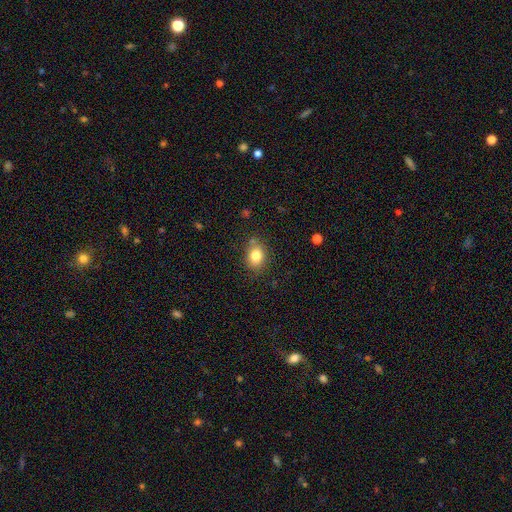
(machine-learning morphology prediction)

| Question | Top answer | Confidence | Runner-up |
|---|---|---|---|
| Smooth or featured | smooth | 82% | star or artifact (10%) |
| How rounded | in between | 59% | round (40%) |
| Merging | none | 77% | minor disturbance (15%) |